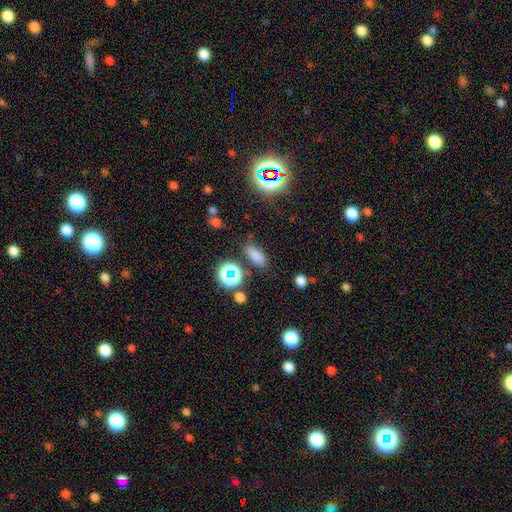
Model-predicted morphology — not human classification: A smooth galaxy with no disk features (75%) that is in between round and cigar-shaped (73%). Merging: none (81%).